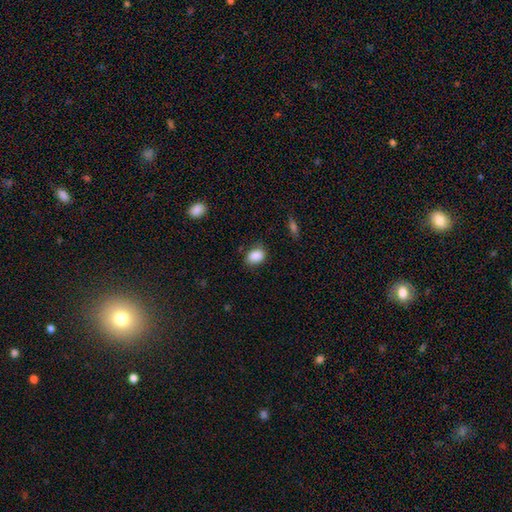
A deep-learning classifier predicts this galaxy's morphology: smooth_or_featured: smooth (p=0.88) [alt: star or artifact p=0.08]
how_rounded: in between (p=0.75) [alt: round p=0.24]
merging: none (p=0.75) [alt: minor disturbance p=0.18]